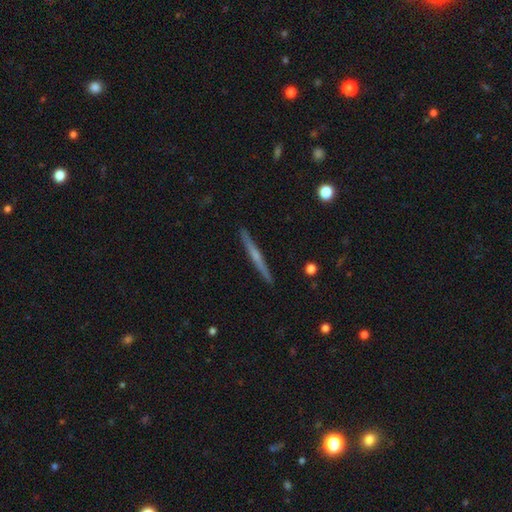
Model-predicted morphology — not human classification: Smooth or featured?
  - featured or disk: 63% *
  - smooth: 31%
  - star or artifact: 6%
Edge-on disk?
  - yes: 98% *
  - no: 2%
Edge-on bulge?
  - none: 47% * (tied)
  - rounded: 47% * (tied)
  - boxy: 7%
Merging?
  - none: 92% *
  - minor disturbance: 5%
  - major disturbance: 1%
  - merger: 1%